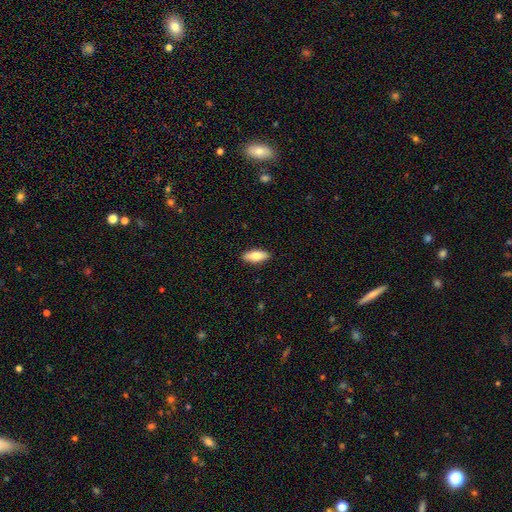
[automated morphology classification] Q: Smooth or featured?
A: smooth (74%); runner-up: featured or disk (20%)
Q: How rounded?
A: in between (74%); runner-up: cigar-shaped (23%)
Q: Merging?
A: none (90%); runner-up: minor disturbance (7%)